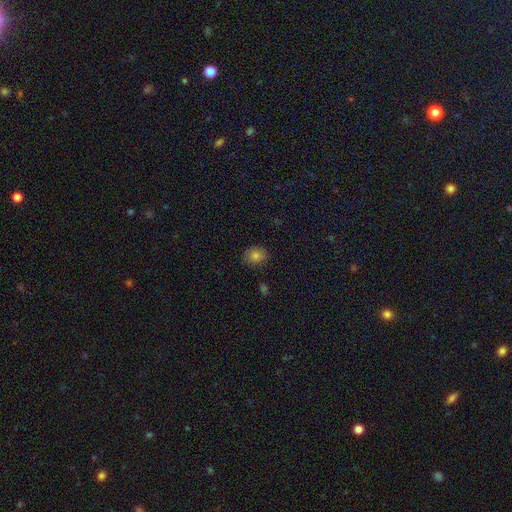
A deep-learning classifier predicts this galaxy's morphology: Smooth or featured: smooth — 81% (star or artifact — 12%)
How rounded: round — 54% (in between — 45%)
Merging: none — 83% (minor disturbance — 13%)